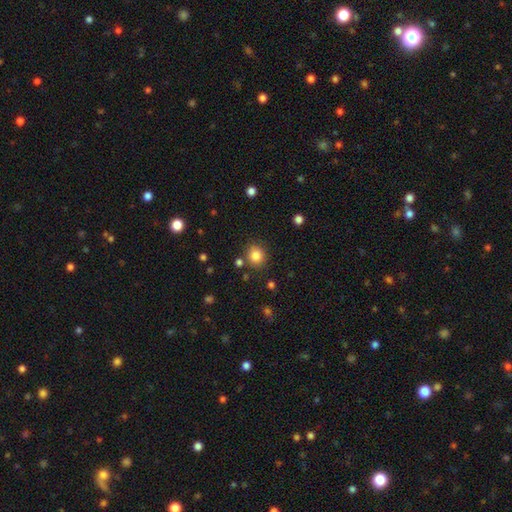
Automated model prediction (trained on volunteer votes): This is clearly a smooth galaxy (83%). How rounded: clearly round (84%). Merging: clearly none (84%).